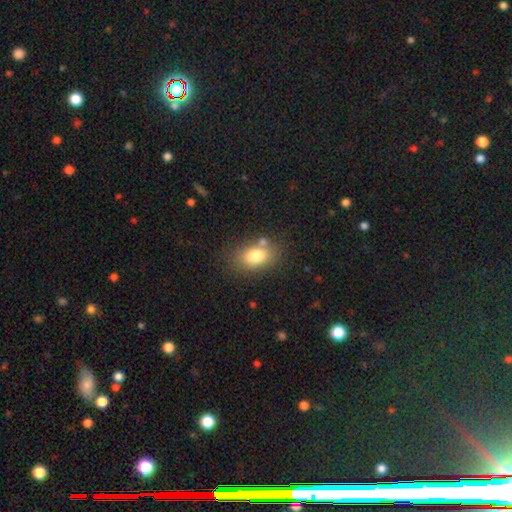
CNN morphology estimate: smooth-or-featured: smooth: 80% | featured or disk: 11% | star or artifact: 10%
  how-rounded: in between: 83% | round: 15% | cigar-shaped: 2%
  merging: none: 71% | minor disturbance: 14% | merger: 10% | major disturbance: 5%